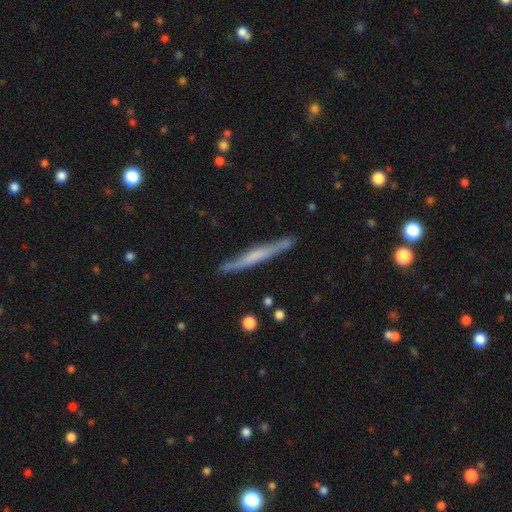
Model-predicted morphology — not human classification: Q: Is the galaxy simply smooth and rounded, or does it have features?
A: featured or disk — 55%.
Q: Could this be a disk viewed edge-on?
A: yes — 95%.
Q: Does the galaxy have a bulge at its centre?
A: none — 58%.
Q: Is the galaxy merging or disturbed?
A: none — 86%.